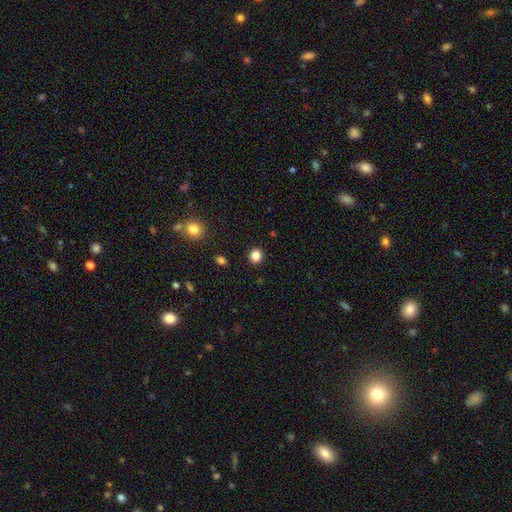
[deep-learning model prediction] The model was most divided on "how rounded": round: 86%, in between: 13%, cigar-shaped: 1%. More confident: merging — none (91%); smooth or featured — smooth (85%).